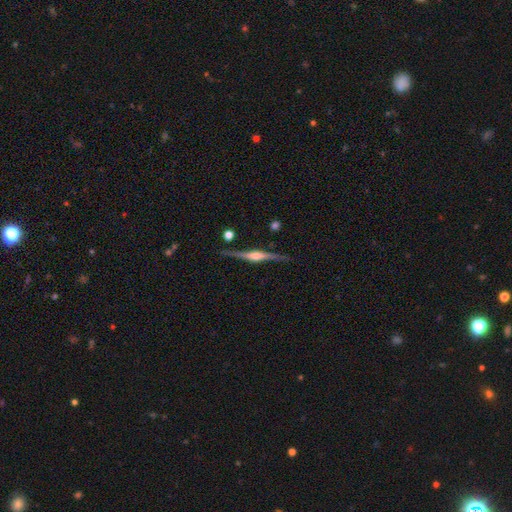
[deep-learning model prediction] A featured or disk galaxy (84%) viewed edge-on (98%) with a rounded central bulge (84%). Merging: none (85%).